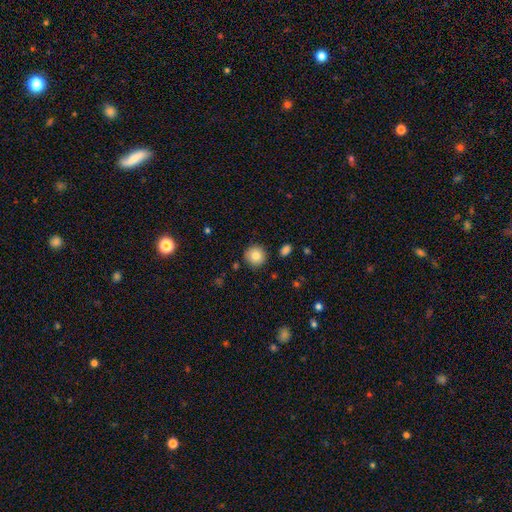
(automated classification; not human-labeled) Q: Smooth or featured?
A: smooth (82%); runner-up: star or artifact (9%)
Q: How rounded?
A: round (94%); runner-up: in between (5%)
Q: Merging?
A: none (88%); runner-up: minor disturbance (8%)